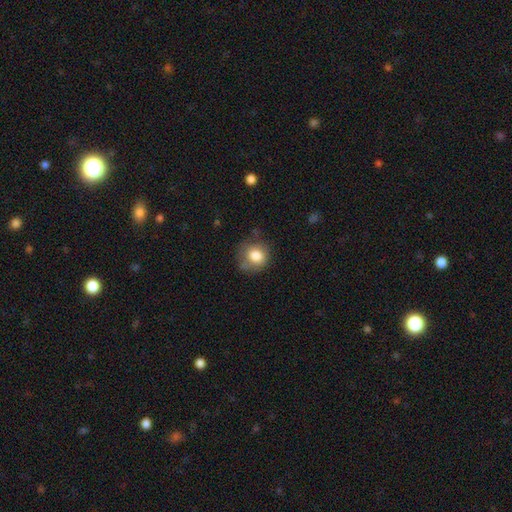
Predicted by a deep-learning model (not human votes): Smooth or featured?
  - smooth: 81% *
  - featured or disk: 10%
  - star or artifact: 9%
How rounded?
  - round: 79% *
  - in between: 21%
  - cigar-shaped: 1%
Merging?
  - none: 62% *
  - minor disturbance: 26%
  - major disturbance: 9%
  - merger: 3%